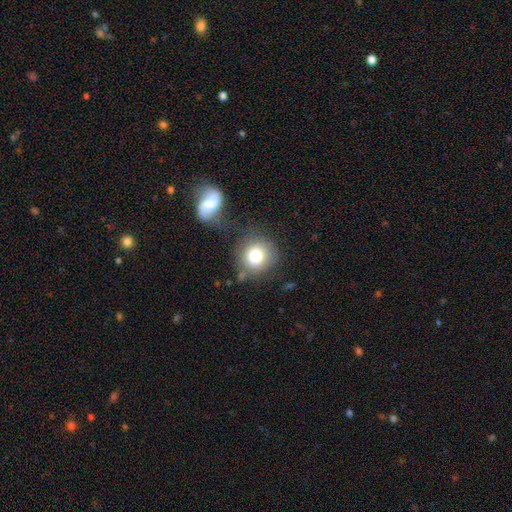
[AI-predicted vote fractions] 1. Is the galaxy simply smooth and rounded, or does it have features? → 79% smooth, 11% featured or disk, 10% star or artifact.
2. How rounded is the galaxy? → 90% round, 9% in between, 1% cigar-shaped.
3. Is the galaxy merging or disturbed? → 74% none, 13% minor disturbance, 8% merger, 6% major disturbance.